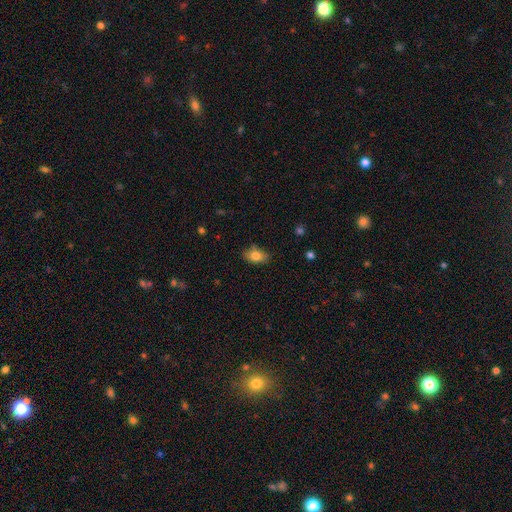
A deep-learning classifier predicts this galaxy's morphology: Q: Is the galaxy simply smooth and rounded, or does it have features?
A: smooth — 80%.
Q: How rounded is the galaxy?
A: in between — 86%.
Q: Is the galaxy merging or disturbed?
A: none — 79%.